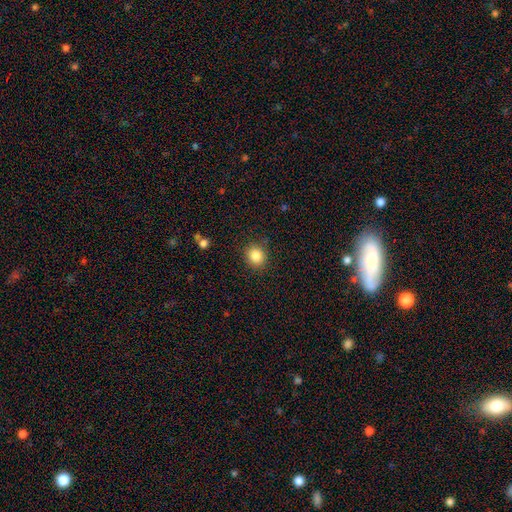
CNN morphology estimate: Smooth or featured? smooth (85%)
How rounded? round (85%)
Merging? none (87%)